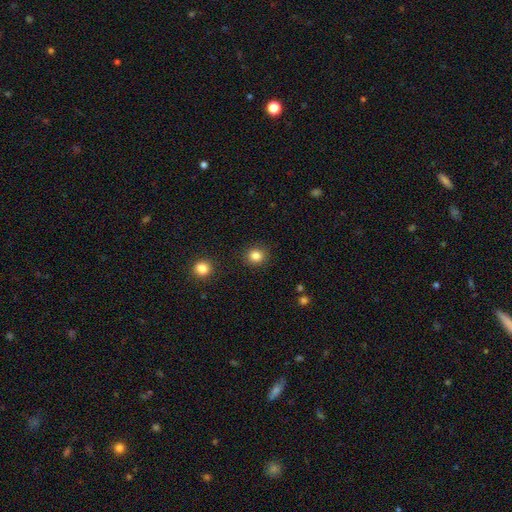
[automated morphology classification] type=smooth (85%); roundness=round (85%); merging=none (90%).